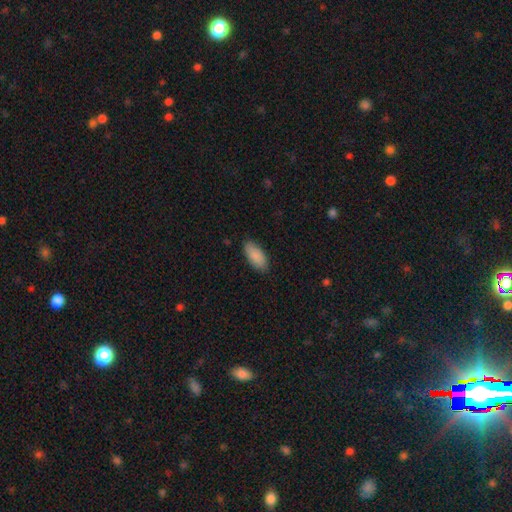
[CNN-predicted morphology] Smooth or featured: smooth — 89% (star or artifact — 6%)
How rounded: in between — 88% (cigar-shaped — 10%)
Merging: none — 87% (minor disturbance — 10%)